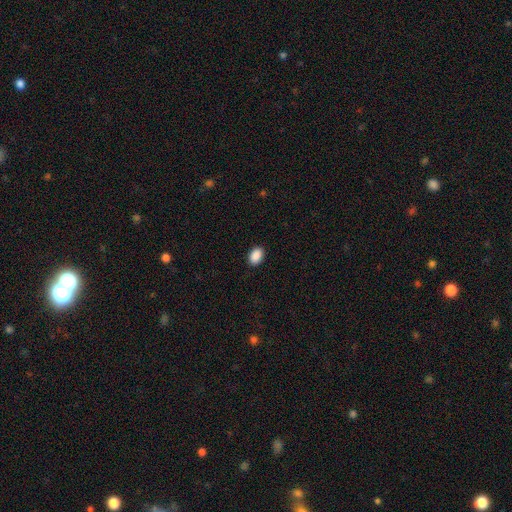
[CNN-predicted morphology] A smooth galaxy with no disk features (90%) that is in between round and cigar-shaped (86%). Merging: none (89%).